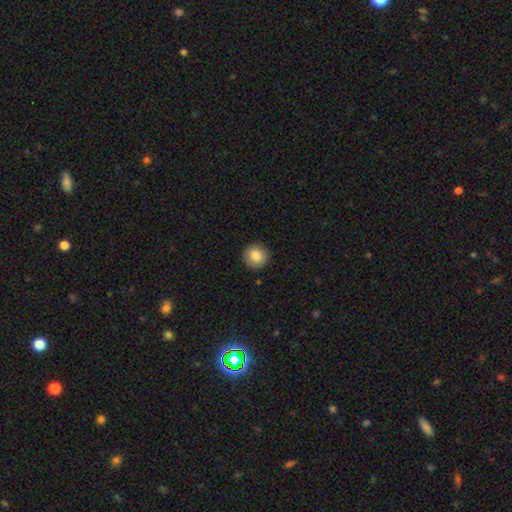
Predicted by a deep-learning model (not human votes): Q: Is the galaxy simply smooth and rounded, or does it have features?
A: smooth — 86%.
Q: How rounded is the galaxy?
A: round — 93%.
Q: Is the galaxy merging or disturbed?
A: none — 91%.